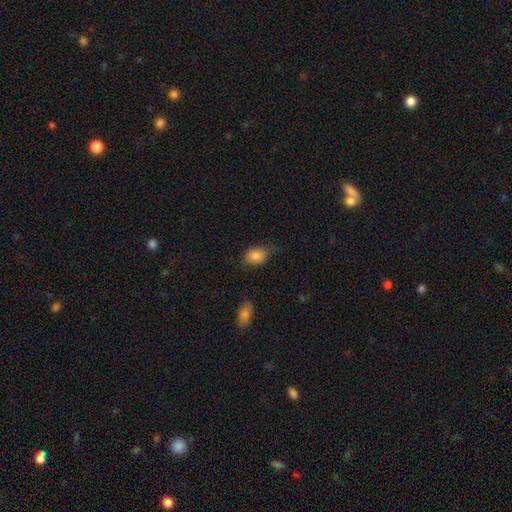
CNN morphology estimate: A smooth galaxy with no disk features (83%) that is in between round and cigar-shaped (76%). Merging: none (59%).